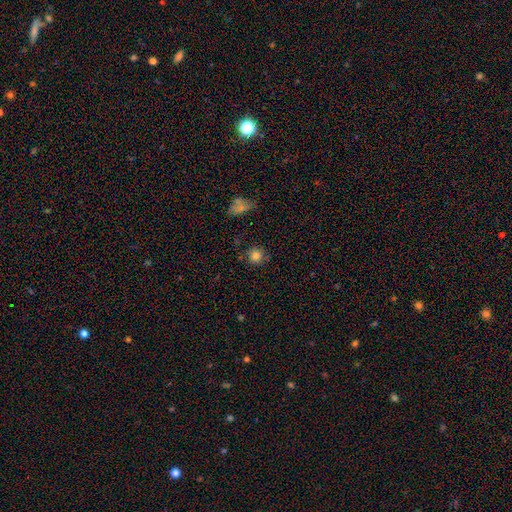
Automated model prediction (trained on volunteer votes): This is clearly a smooth galaxy (81%). How rounded: clearly round (91%). Merging: clearly none (82%).